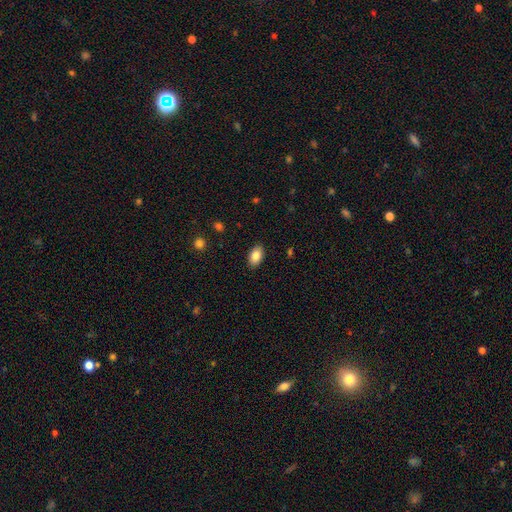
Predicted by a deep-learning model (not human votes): Q: Smooth or featured?
A: smooth (85%); runner-up: star or artifact (7%)
Q: How rounded?
A: in between (92%); runner-up: round (7%)
Q: Merging?
A: none (88%); runner-up: minor disturbance (9%)